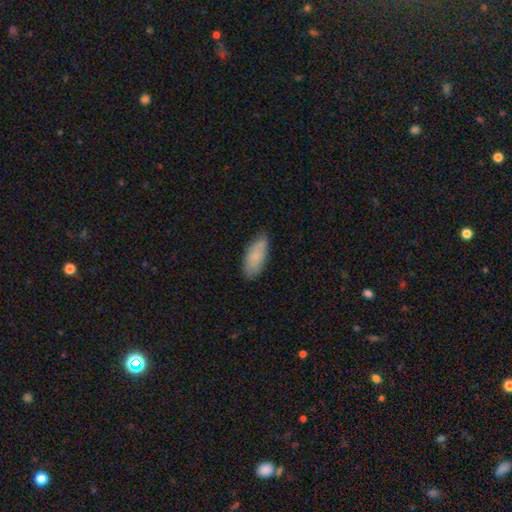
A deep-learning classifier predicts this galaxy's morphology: Smooth or featured? smooth (82%)
How rounded? in between (85%)
Merging? none (77%)